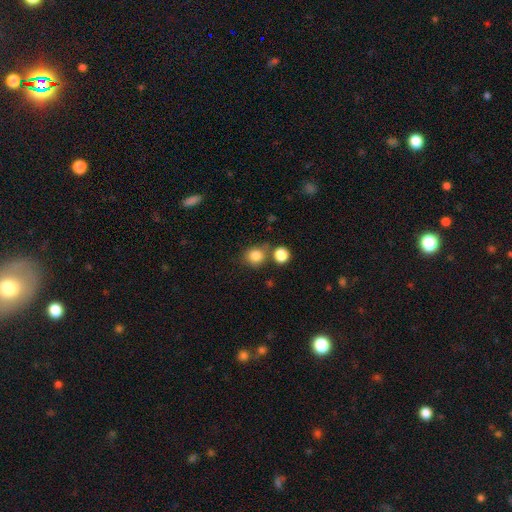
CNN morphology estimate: This appears to be a smooth galaxy with no disk features (84%) that is round (84%). Merging: none (66%).